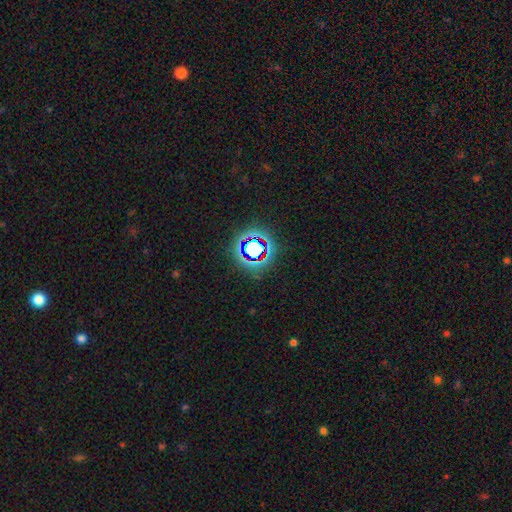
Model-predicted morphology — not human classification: Smooth or featured? Predicted: star or artifact (p=0.78).